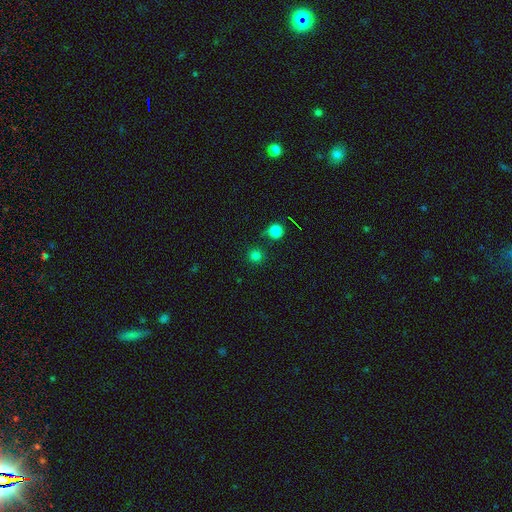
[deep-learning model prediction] Morphology: type=smooth (77%); roundness=round (94%); merging=none (85%).